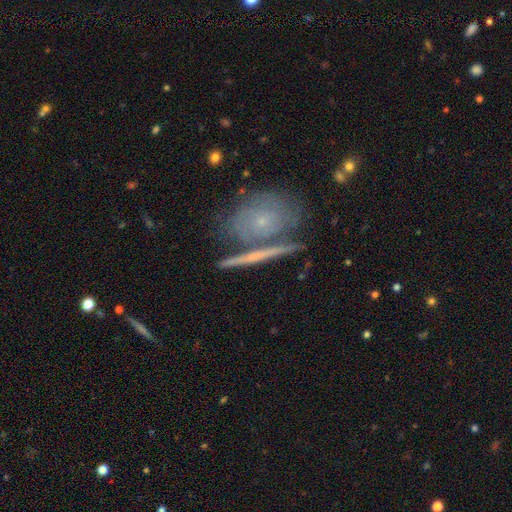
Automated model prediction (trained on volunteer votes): Smooth or featured? featured or disk (62%)
Edge-on disk? yes (62%)
Merging? none (66%)